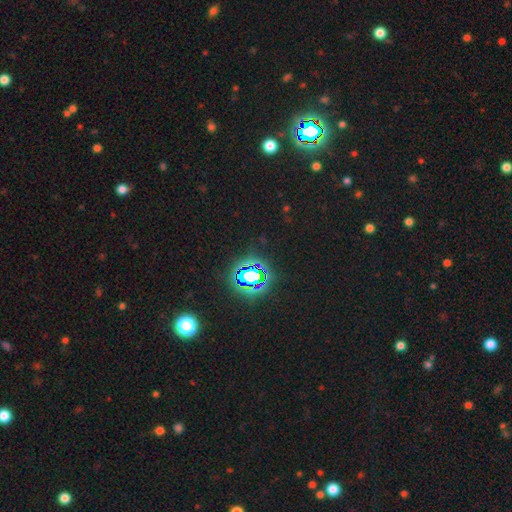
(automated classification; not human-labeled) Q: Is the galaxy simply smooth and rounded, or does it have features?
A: star or artifact — 81%.